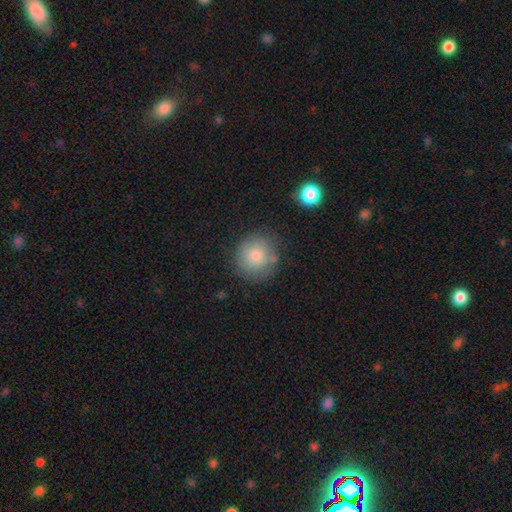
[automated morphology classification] Smooth or featured?
  - smooth: 78% *
  - featured or disk: 12%
  - star or artifact: 10%
How rounded?
  - round: 92% *
  - in between: 7%
  - cigar-shaped: 1%
Merging?
  - none: 79% *
  - minor disturbance: 14%
  - major disturbance: 4%
  - merger: 3%